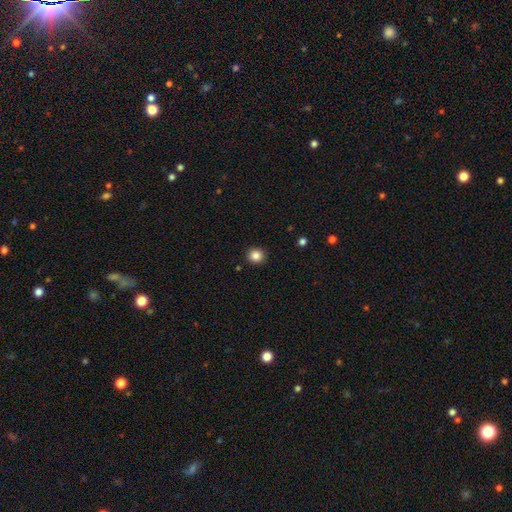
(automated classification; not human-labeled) A smooth galaxy with no disk features (85%) that is round (90%). Merging: none (92%).